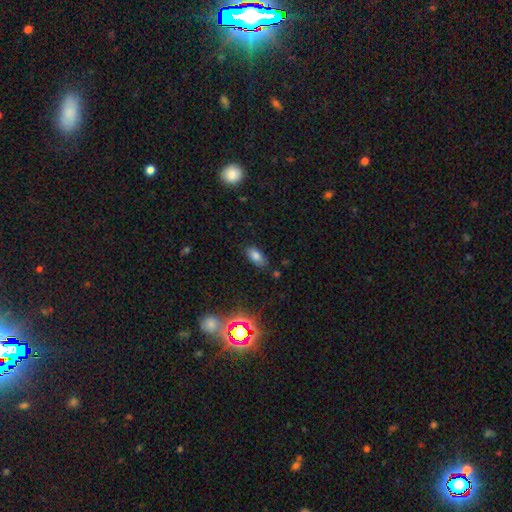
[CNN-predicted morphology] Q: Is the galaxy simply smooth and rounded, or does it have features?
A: smooth — 77%.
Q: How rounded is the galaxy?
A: in between — 88%.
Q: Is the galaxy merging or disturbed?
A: none — 80%.